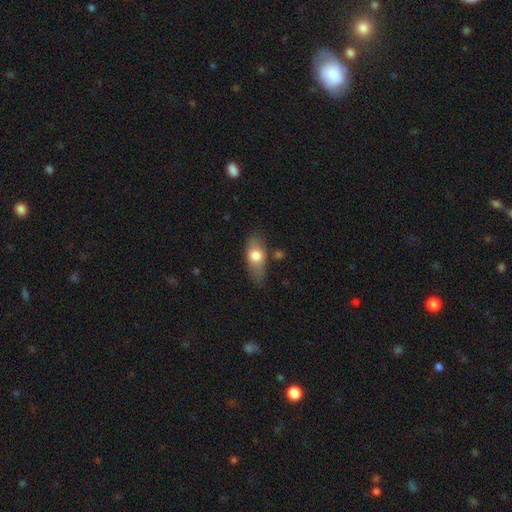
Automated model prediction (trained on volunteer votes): Smooth or featured? Predicted: smooth (p=0.68). How rounded? Predicted: in between (p=0.76). Merging? Predicted: none (p=0.70).